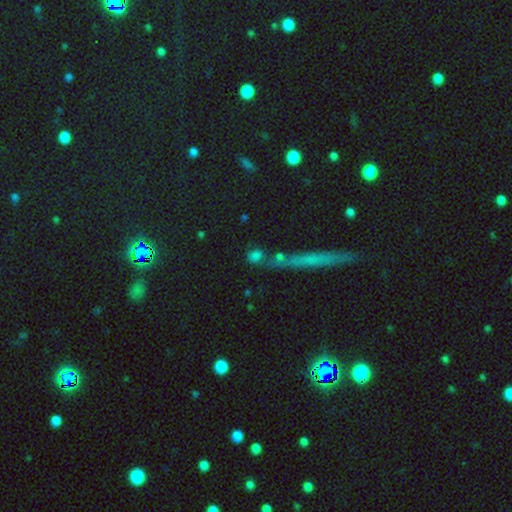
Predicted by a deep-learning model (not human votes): Smooth or featured? smooth (62%)
How rounded? round (54%)
Merging? none (54%)